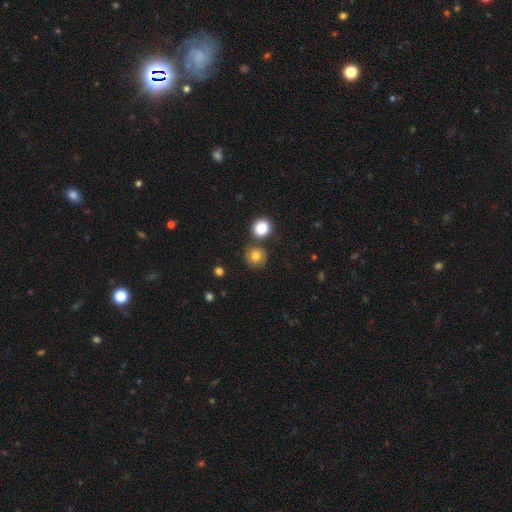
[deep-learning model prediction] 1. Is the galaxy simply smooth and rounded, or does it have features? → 75% smooth, 13% featured or disk, 12% star or artifact.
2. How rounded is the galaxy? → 90% round, 9% in between, 1% cigar-shaped.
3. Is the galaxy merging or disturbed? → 77% none, 10% minor disturbance, 10% merger, 3% major disturbance.